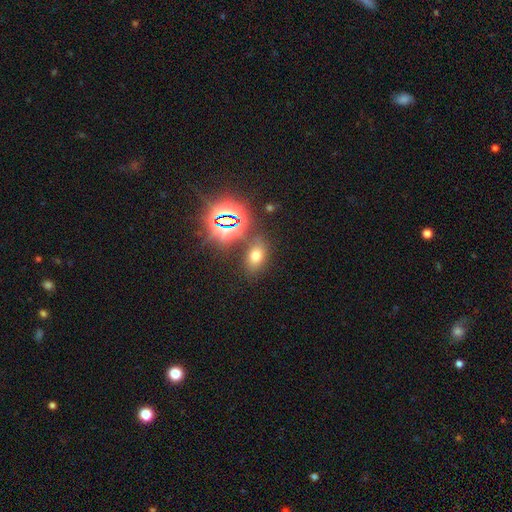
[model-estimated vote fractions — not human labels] smooth 59%, star or artifact 31%, featured or disk 10%. Down the decision tree: how rounded — in between (80%); merging — none (77%).